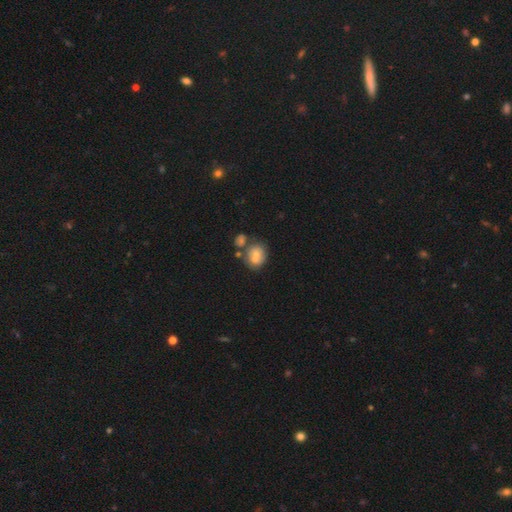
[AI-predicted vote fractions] This appears to be a smooth galaxy with no disk features (68%) that is round (56%). Merging: none (40%).